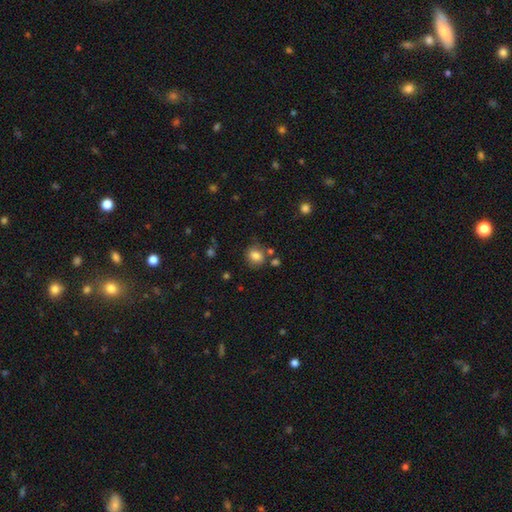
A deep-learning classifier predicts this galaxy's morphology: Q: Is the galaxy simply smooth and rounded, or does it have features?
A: smooth — 81%.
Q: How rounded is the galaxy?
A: round — 75%.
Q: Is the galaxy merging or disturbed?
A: none — 77%.